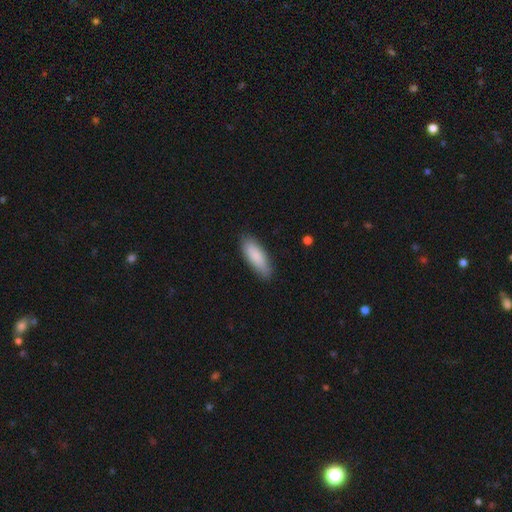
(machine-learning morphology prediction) smooth 85%, featured or disk 9%, star or artifact 6%. Down the decision tree: how rounded — in between (60%); merging — none (83%).